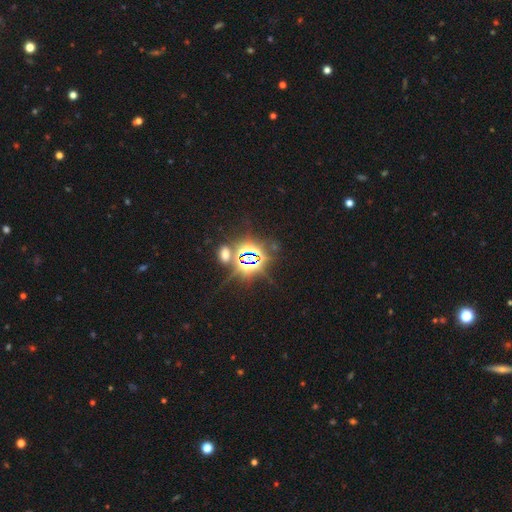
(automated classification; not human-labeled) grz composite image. It shows a star or artifact, not a galaxy (85%).